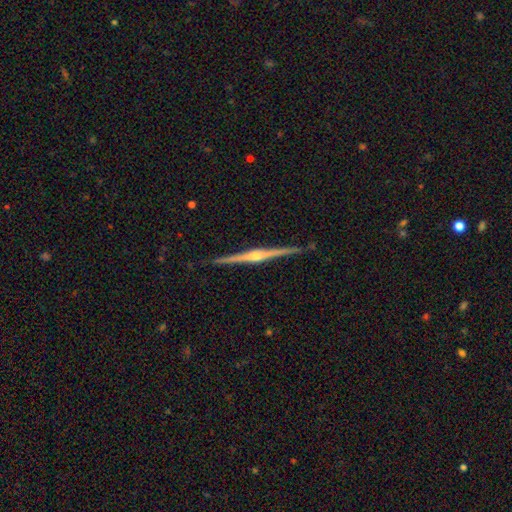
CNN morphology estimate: A featured or disk galaxy (88%) viewed edge-on (99%) with a rounded central bulge (89%).

Vote fractions:
- Smooth or featured? featured or disk: 88% / smooth: 7% / star or artifact: 5%
- Edge-on disk? yes: 99% / no: 1%
- Edge-on bulge? rounded: 89% / boxy: 6% / none: 5%
- Merging? none: 91% / minor disturbance: 6% / major disturbance: 1% / merger: 1%